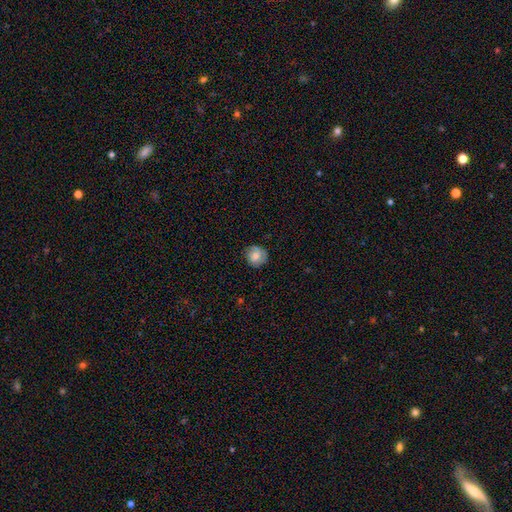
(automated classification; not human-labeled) Overall: smooth (72%). How rounded: round (87%). Merging: none (78%).